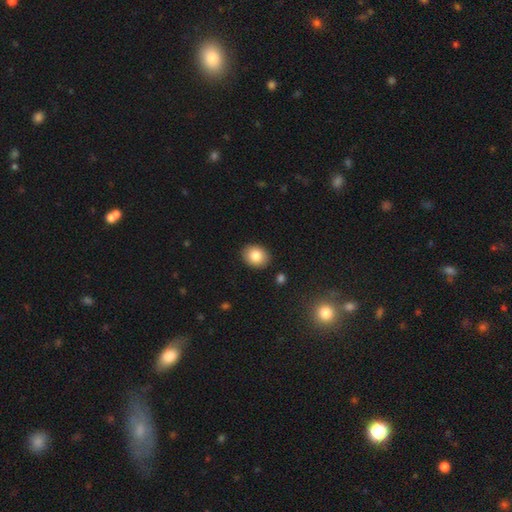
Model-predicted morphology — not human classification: A smooth galaxy with no disk features (83%) that is round (52%). Merging: none (90%).